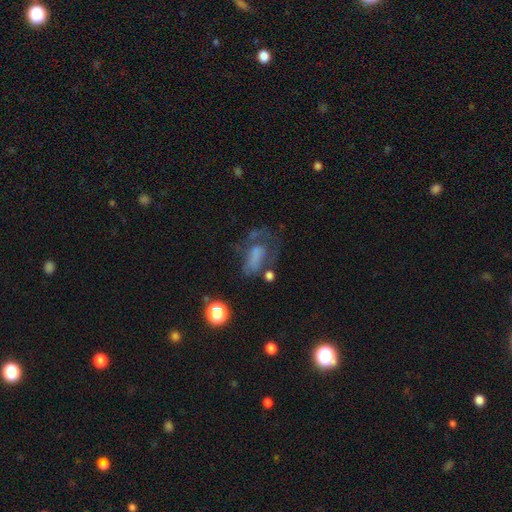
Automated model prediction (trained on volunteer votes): This appears to be a smooth galaxy with no disk features (43%). Merging: major disturbance (44%).